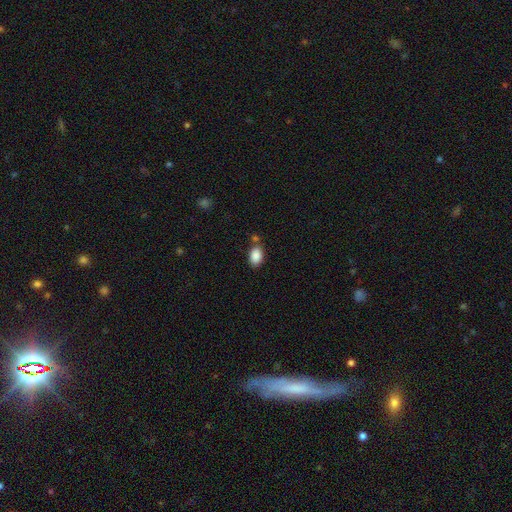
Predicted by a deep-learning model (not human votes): A smooth galaxy with no disk features (88%) that is in between round and cigar-shaped (87%).

Vote fractions:
- Smooth or featured? smooth: 88% / star or artifact: 8% / featured or disk: 5%
- How rounded? in between: 87% / round: 12% / cigar-shaped: 1%
- Merging? none: 73% / minor disturbance: 14% / merger: 10% / major disturbance: 3%